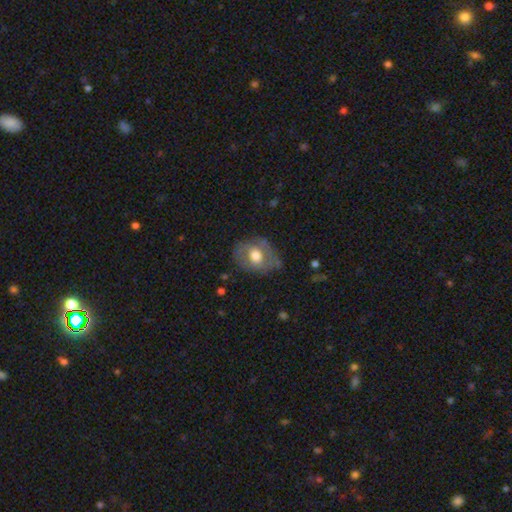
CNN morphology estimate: Smooth or featured?
  - smooth: 49% *
  - featured or disk: 44%
  - star or artifact: 7%
Merging?
  - none: 63% *
  - minor disturbance: 24%
  - major disturbance: 11%
  - merger: 2%